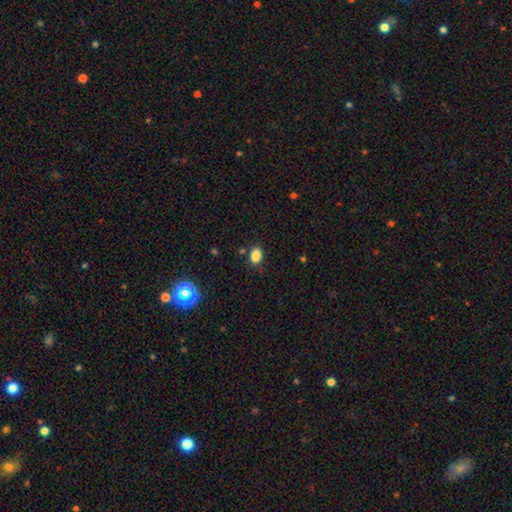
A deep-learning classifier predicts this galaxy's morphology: This is clearly a smooth galaxy (84%). How rounded: likely in between (75%). Merging: clearly none (80%).